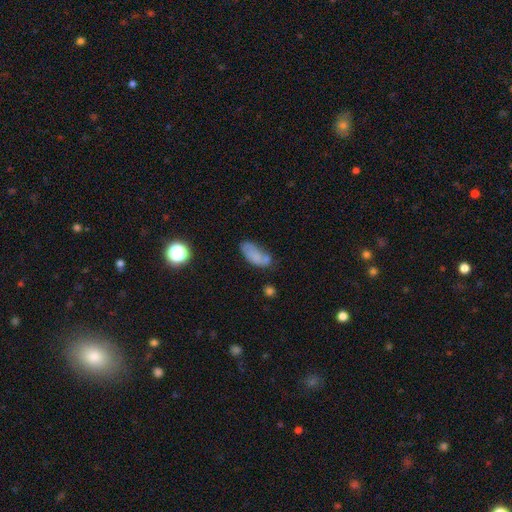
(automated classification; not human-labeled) Smooth or featured? Predicted: smooth (p=0.69). How rounded? Predicted: in between (p=0.86). Merging? Predicted: none (p=0.47).